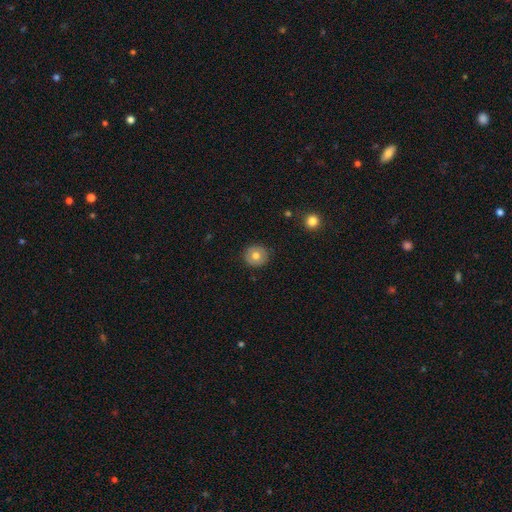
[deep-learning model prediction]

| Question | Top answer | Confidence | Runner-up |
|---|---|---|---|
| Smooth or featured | smooth | 73% | featured or disk (19%) |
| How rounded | round | 89% | in between (10%) |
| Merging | none | 89% | minor disturbance (8%) |